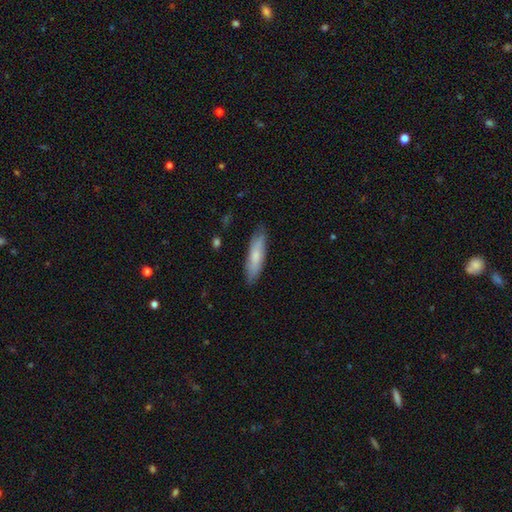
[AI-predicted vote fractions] A smooth galaxy with no disk features (73%) that is cigar-shaped (70%).

Vote fractions:
- Smooth or featured? smooth: 73% / featured or disk: 22% / star or artifact: 5%
- How rounded? cigar-shaped: 70% / in between: 29% / round: 2%
- Merging? none: 83% / minor disturbance: 14% / major disturbance: 2% / merger: 1%